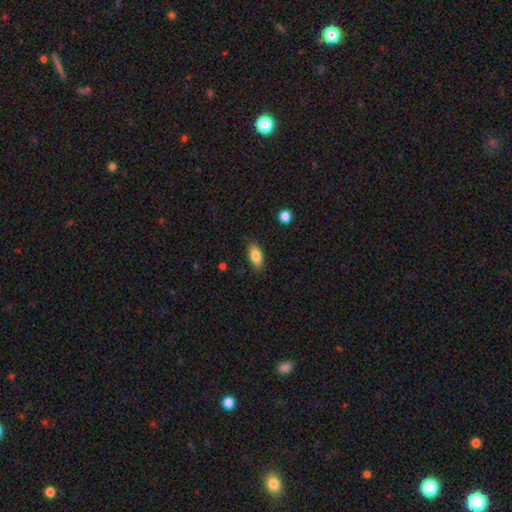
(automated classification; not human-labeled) smooth_or_featured: smooth (p=0.84) [alt: featured or disk p=0.09]
how_rounded: in between (p=0.88) [alt: cigar-shaped p=0.08]
merging: none (p=0.78) [alt: minor disturbance p=0.17]